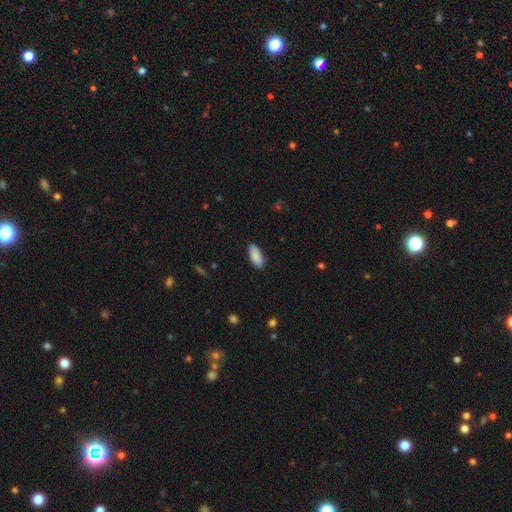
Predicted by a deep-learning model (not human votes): Smooth or featured: smooth — 90% (star or artifact — 6%)
How rounded: in between — 86% (cigar-shaped — 13%)
Merging: none — 89% (minor disturbance — 8%)